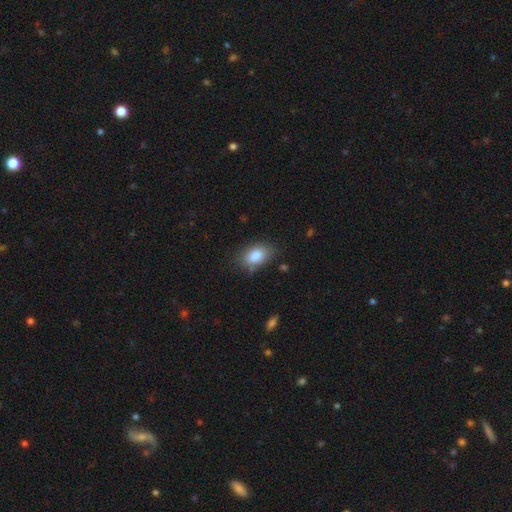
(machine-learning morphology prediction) Smooth or featured? Predicted: smooth (p=0.84). How rounded? Predicted: in between (p=0.89). Merging? Predicted: none (p=0.77).